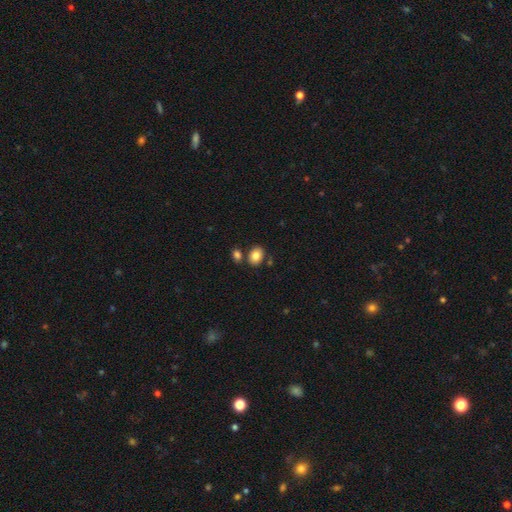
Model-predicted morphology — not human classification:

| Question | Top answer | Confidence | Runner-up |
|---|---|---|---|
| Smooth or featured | smooth | 84% | star or artifact (9%) |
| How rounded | in between | 68% | round (31%) |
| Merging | none | 72% | merger (15%) |